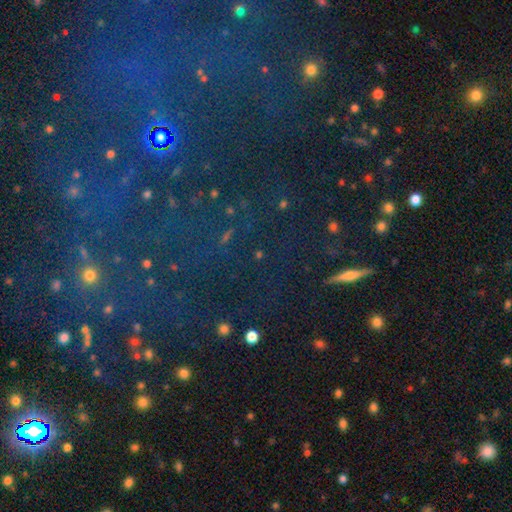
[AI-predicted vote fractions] A star or artifact, not a galaxy (59%).